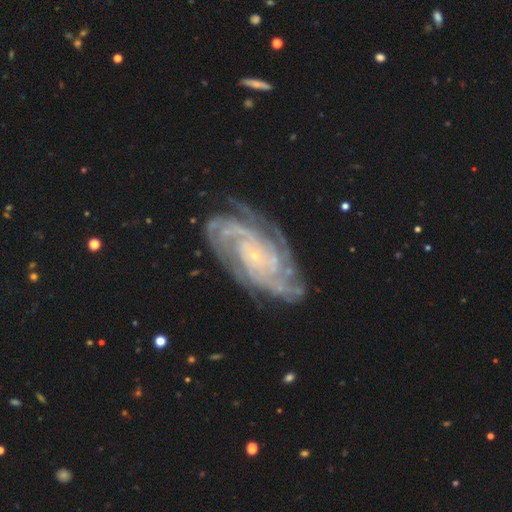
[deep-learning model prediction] A featured or disk galaxy (90%) with no bar (75%), 4 (25%) tight (76%) spiral arms (98%) and a small central bulge (87%). Merging: none (76%).